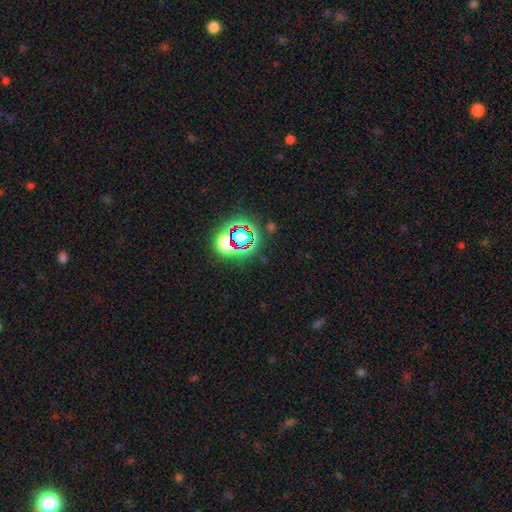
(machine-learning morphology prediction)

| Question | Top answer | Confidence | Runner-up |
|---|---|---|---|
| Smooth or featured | star or artifact | 77% | smooth (14%) |